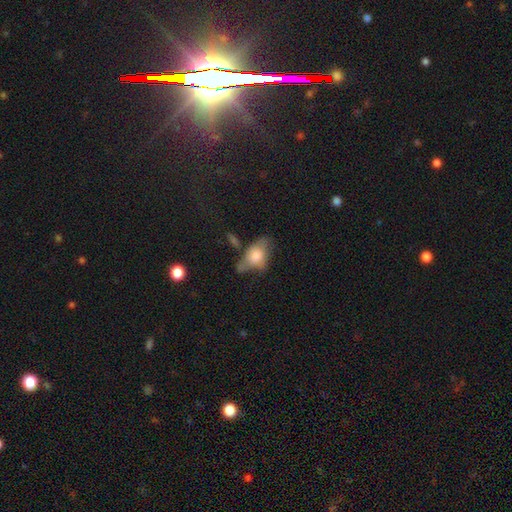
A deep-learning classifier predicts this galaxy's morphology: The model was most divided on "merging": none: 31%, minor disturbance: 30%, major disturbance: 25%, merger: 14%. More confident: how rounded — in between (83%); smooth or featured — smooth (67%).